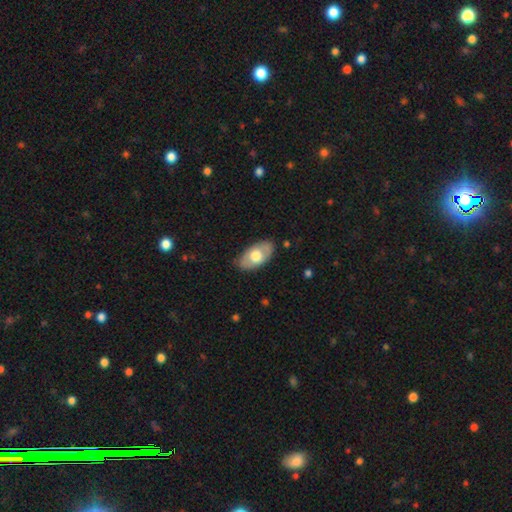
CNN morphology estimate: A smooth galaxy with no disk features (59%) that is in between round and cigar-shaped (93%).

Vote fractions:
- Smooth or featured? smooth: 59% / featured or disk: 36% / star or artifact: 5%
- How rounded? in between: 93% / round: 5% / cigar-shaped: 2%
- Merging? none: 81% / minor disturbance: 15% / major disturbance: 3% / merger: 1%